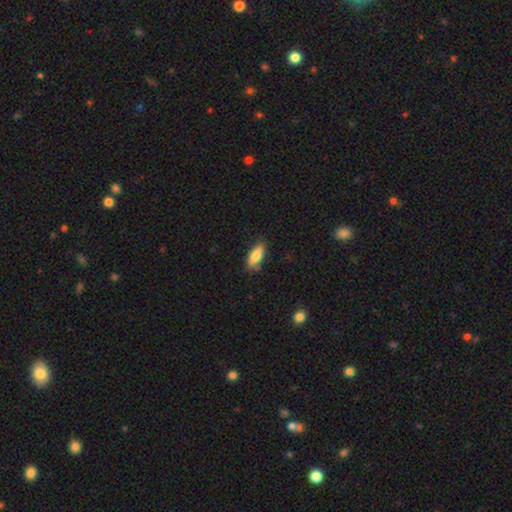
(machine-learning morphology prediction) type=smooth (80%); roundness=in between (72%); merging=none (77%).